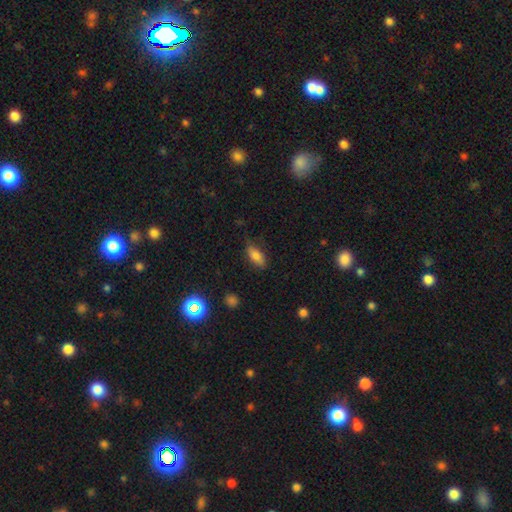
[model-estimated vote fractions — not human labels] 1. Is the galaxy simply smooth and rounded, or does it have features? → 79% smooth, 11% featured or disk, 10% star or artifact.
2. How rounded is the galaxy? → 81% in between, 16% cigar-shaped, 3% round.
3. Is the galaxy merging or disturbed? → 77% none, 18% minor disturbance, 4% major disturbance, 1% merger.